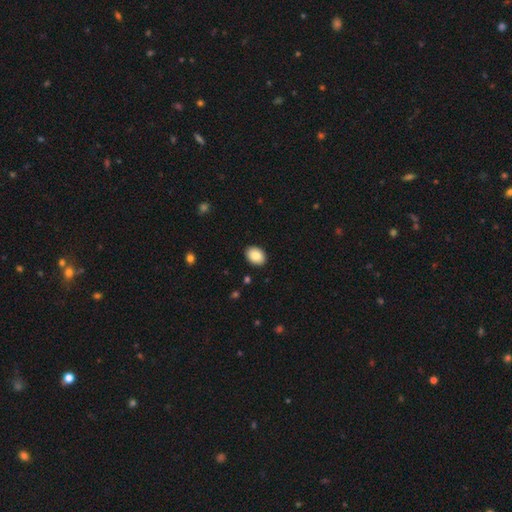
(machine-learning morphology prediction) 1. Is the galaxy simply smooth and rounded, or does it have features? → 88% smooth, 7% star or artifact, 5% featured or disk.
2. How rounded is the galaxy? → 74% in between, 25% round, 1% cigar-shaped.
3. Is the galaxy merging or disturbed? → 90% none, 7% minor disturbance, 2% major disturbance, 1% merger.